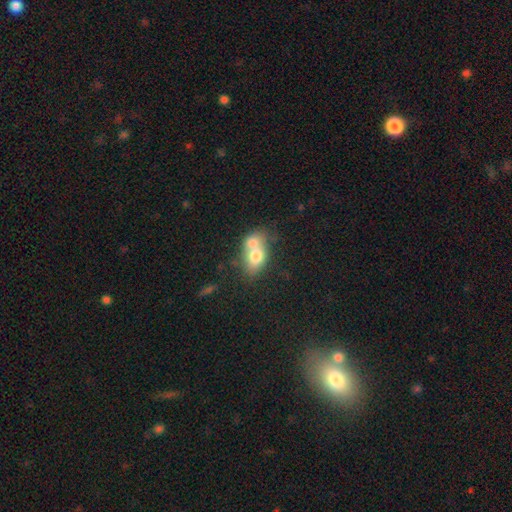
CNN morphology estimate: smooth-or-featured: smooth: 69% | featured or disk: 23% | star or artifact: 8%
  how-rounded: in between: 70% | round: 27% | cigar-shaped: 2%
  merging: merger: 70% | none: 19% | minor disturbance: 8% | major disturbance: 4%